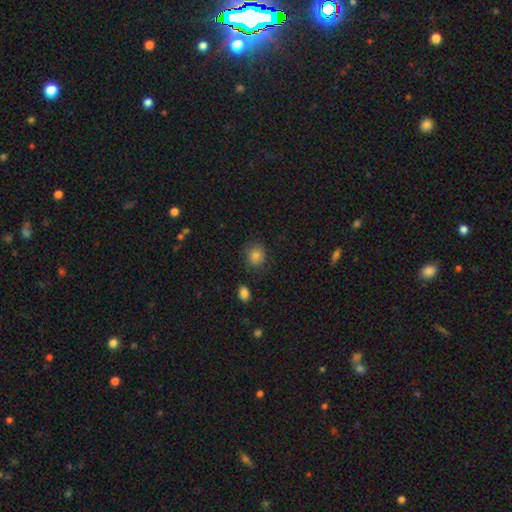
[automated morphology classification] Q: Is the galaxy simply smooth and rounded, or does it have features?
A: smooth — 82%.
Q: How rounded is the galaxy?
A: round — 75%.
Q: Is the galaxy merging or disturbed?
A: none — 81%.